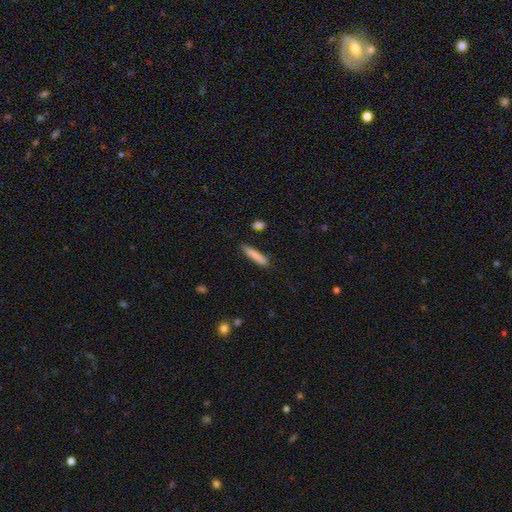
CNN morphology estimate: type=smooth (84%); roundness=cigar-shaped (91%); merging=none (86%).